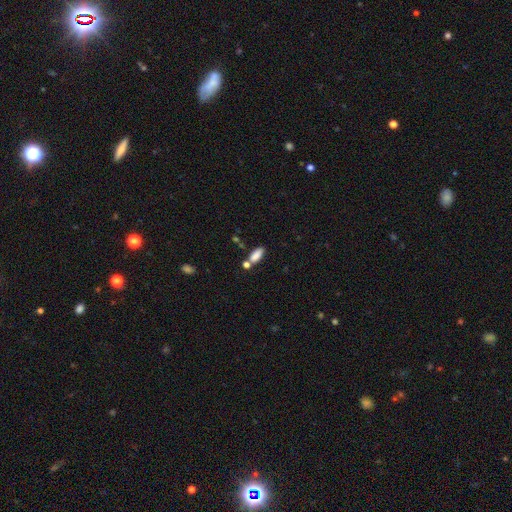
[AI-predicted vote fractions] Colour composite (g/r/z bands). It shows a smooth galaxy with no disk features (84%) that is in between round and cigar-shaped (84%). Merging: none (59%).